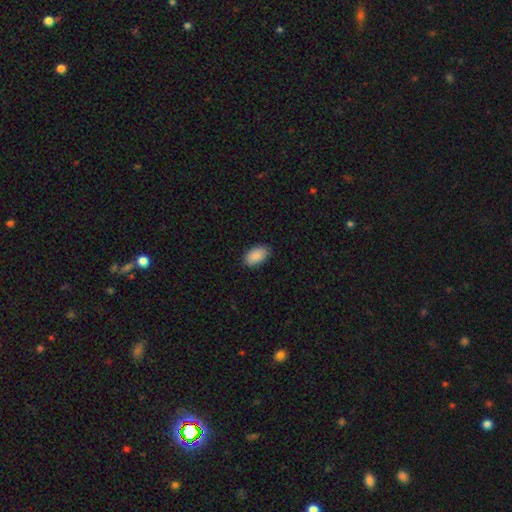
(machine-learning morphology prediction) smooth 90%, star or artifact 7%, featured or disk 3%. Down the decision tree: how rounded — in between (94%); merging — none (87%).